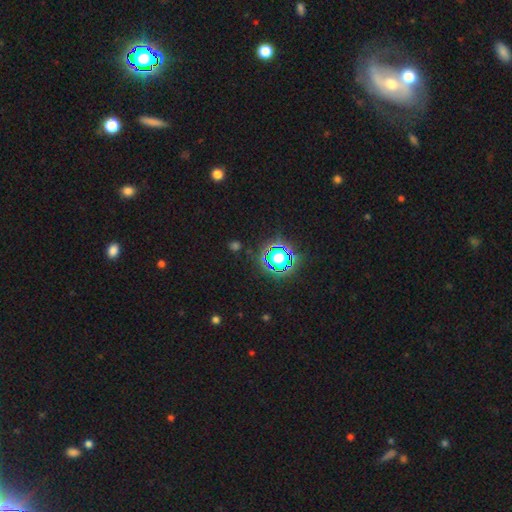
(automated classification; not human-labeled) Q: Smooth or featured?
A: star or artifact (76%); runner-up: smooth (17%)